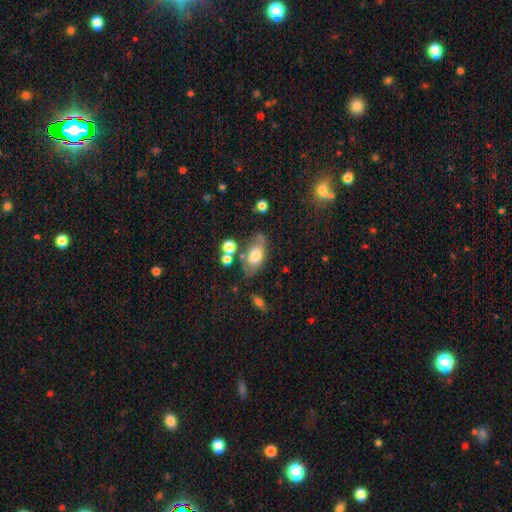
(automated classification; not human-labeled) A smooth galaxy with no disk features (63%) that is in between round and cigar-shaped (88%). Merging: none (57%).